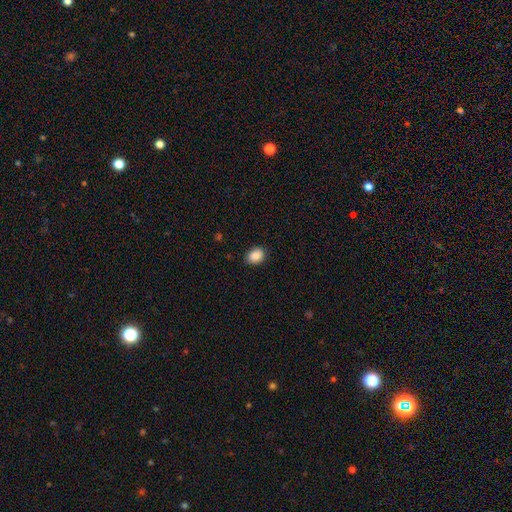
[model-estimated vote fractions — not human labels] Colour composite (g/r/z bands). It shows a smooth galaxy with no disk features (89%) that is in between round and cigar-shaped (64%). Merging: none (87%).